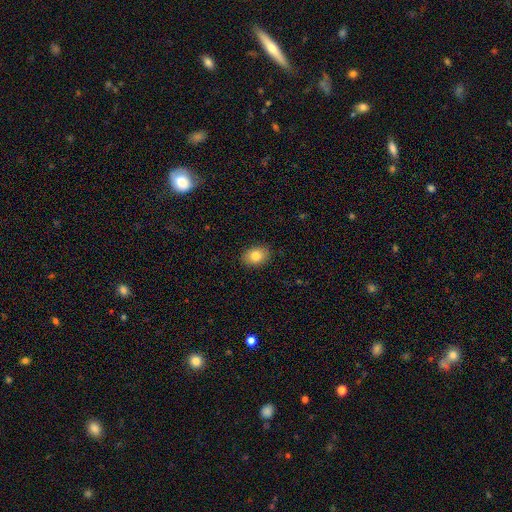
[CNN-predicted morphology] smooth-or-featured: smooth: 82% | featured or disk: 9% | star or artifact: 9%
  how-rounded: in between: 73% | round: 26% | cigar-shaped: 1%
  merging: none: 89% | minor disturbance: 8% | major disturbance: 2% | merger: 1%